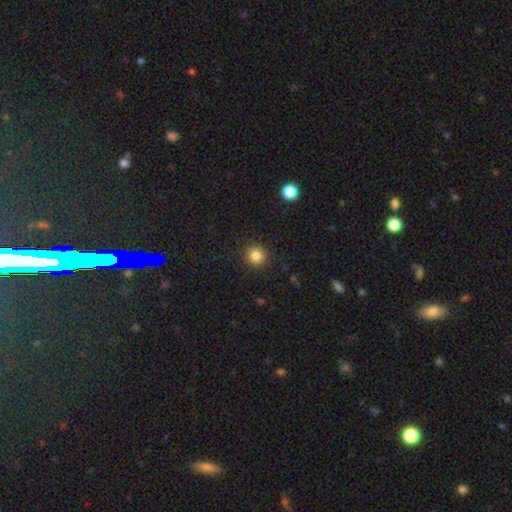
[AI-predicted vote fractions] Smooth or featured? Predicted: smooth (p=0.84). How rounded? Predicted: round (p=0.93). Merging? Predicted: none (p=0.91).